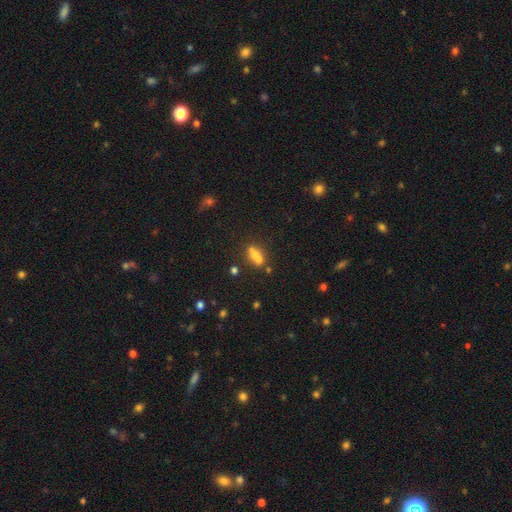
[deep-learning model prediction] Smooth or featured?
  - smooth: 58% *
  - featured or disk: 23%
  - star or artifact: 19%
How rounded?
  - in between: 58% *
  - round: 30%
  - cigar-shaped: 12%
Merging?
  - none: 41% * (tied)
  - merger: 41% * (tied)
  - minor disturbance: 11%
  - major disturbance: 6%